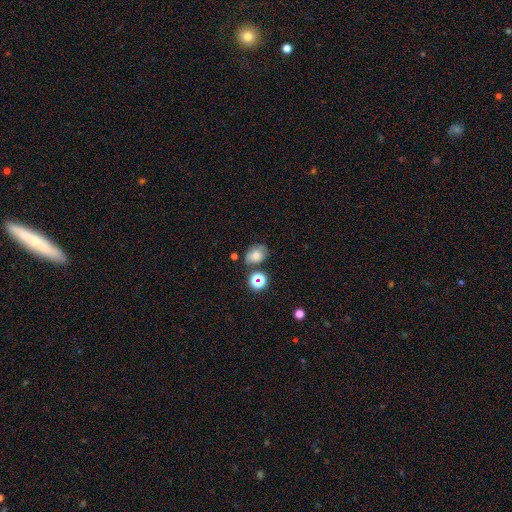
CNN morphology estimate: This appears to be a smooth galaxy with no disk features (65%) that is in between round and cigar-shaped (61%). Merging: none (62%).